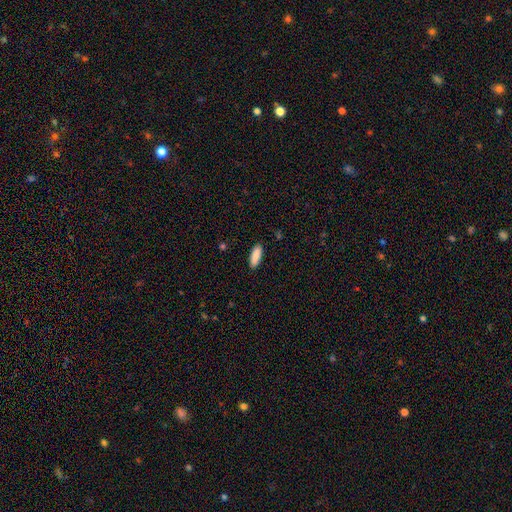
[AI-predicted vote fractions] Morphology: type=smooth (89%); roundness=in between (70%); merging=none (88%).